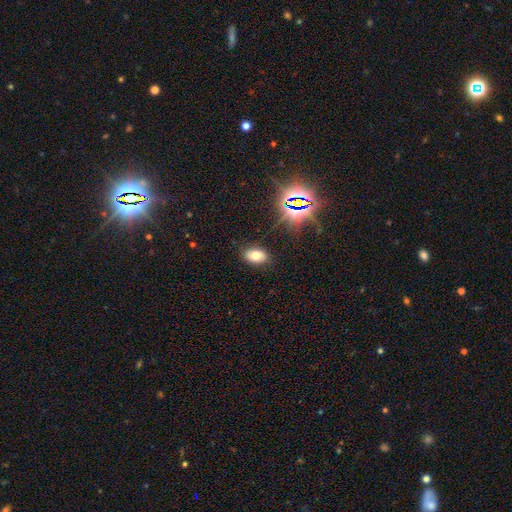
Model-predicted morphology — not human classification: Smooth or featured? smooth (68%)
How rounded? in between (88%)
Merging? none (86%)